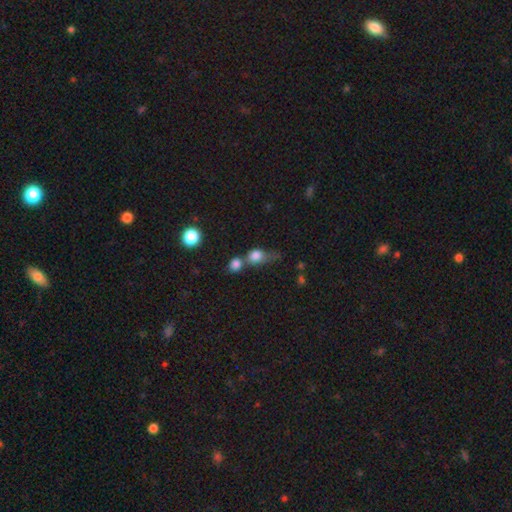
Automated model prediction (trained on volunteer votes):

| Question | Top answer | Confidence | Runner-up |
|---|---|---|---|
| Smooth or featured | smooth | 79% | star or artifact (11%) |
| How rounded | round | 60% | in between (36%) |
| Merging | merger | 47% | none (29%) |